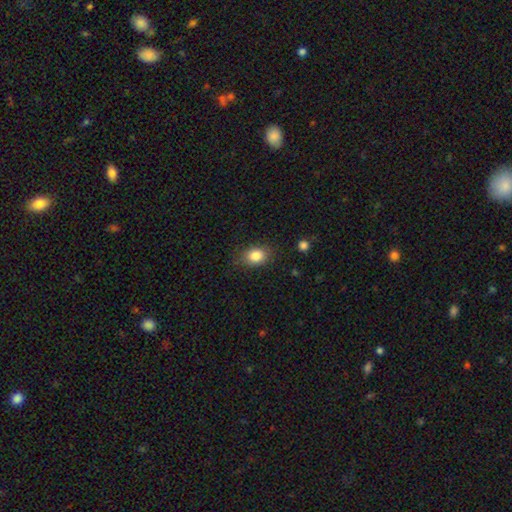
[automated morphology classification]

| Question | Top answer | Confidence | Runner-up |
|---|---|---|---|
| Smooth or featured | smooth | 84% | star or artifact (9%) |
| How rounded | in between | 61% | round (37%) |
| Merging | none | 81% | minor disturbance (14%) |